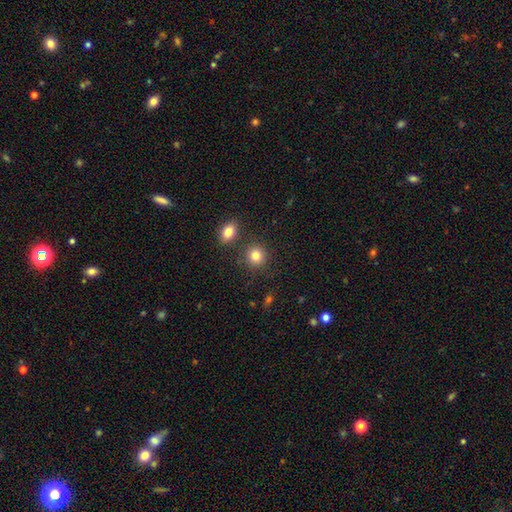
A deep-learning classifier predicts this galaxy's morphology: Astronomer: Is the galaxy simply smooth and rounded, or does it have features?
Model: smooth — 83%.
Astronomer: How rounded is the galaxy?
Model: round — 86%.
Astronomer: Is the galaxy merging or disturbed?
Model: none — 82%.